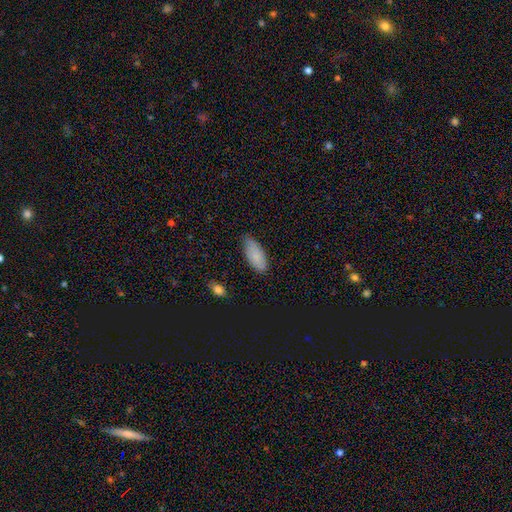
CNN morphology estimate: Overall: smooth (81%). How rounded: in between (89%). Merging: none (73%).